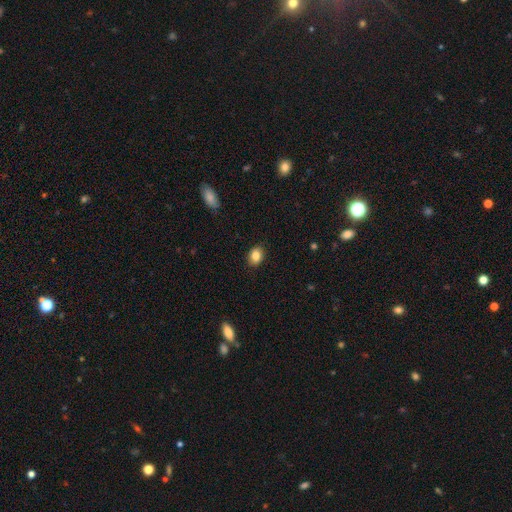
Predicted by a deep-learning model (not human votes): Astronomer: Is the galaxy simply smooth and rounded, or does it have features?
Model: smooth — 85%.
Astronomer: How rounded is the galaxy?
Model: in between — 64%.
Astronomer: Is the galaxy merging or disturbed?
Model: none — 87%.